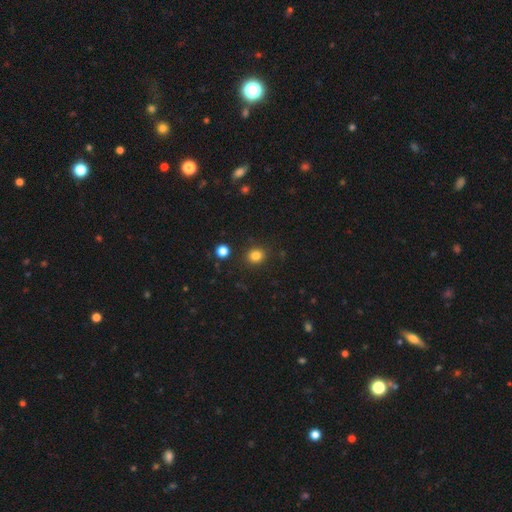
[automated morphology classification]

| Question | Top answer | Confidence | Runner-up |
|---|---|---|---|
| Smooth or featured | smooth | 83% | star or artifact (12%) |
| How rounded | round | 76% | in between (23%) |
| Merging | none | 88% | minor disturbance (7%) |